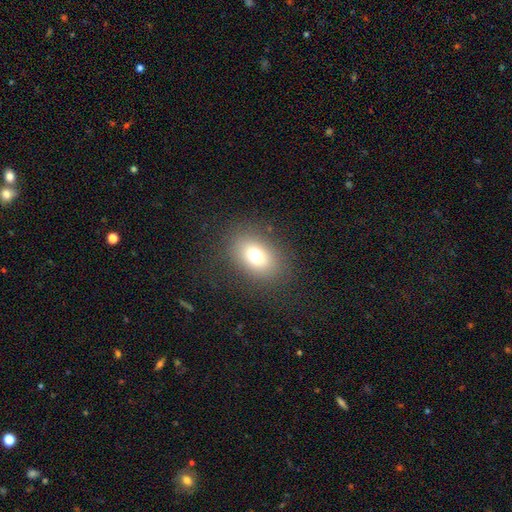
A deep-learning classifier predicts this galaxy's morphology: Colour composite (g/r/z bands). It shows a smooth galaxy with no disk features (72%) that is in between round and cigar-shaped (66%). Merging: none (83%).